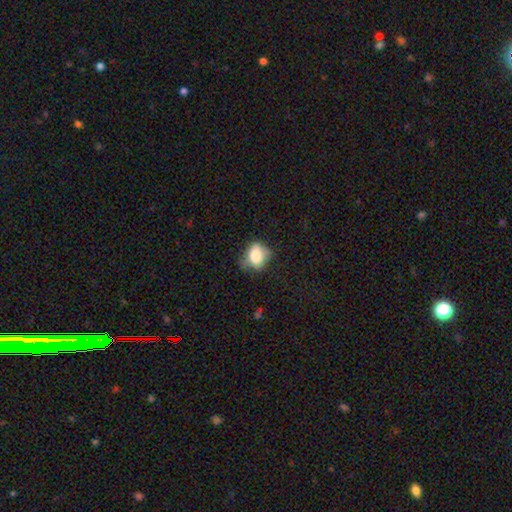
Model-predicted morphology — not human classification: Overall: smooth (79%). How rounded: in between (58%; round 40%). Merging: none (46%; minor disturbance 38%).